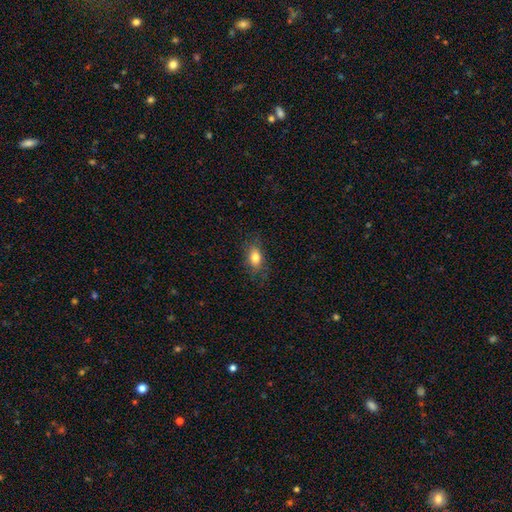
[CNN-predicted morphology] A smooth galaxy with no disk features (78%) that is in between round and cigar-shaped (82%).

Vote fractions:
- Smooth or featured? smooth: 78% / featured or disk: 12% / star or artifact: 10%
- How rounded? in between: 82% / round: 13% / cigar-shaped: 5%
- Merging? none: 78% / minor disturbance: 16% / major disturbance: 5% / merger: 1%